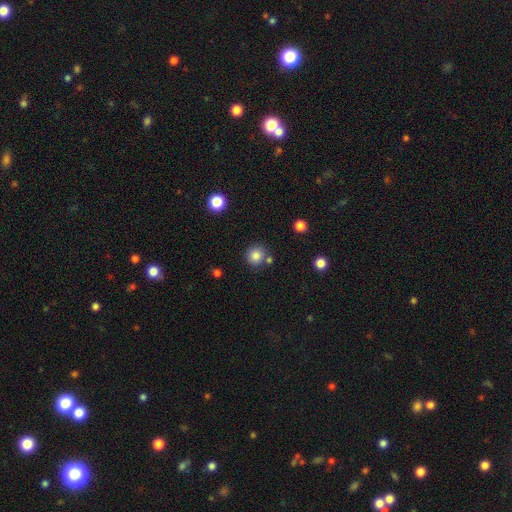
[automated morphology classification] This is clearly a smooth galaxy (84%). How rounded: clearly round (91%). Merging: likely none (78%).